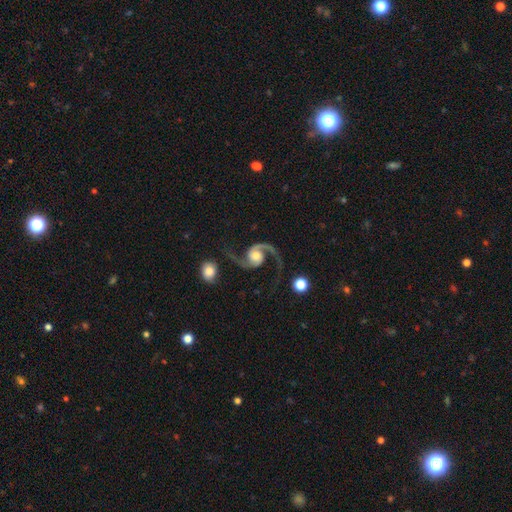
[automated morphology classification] This is clearly a featured or disk galaxy (93%). It is clearly not viewed edge-on (98%). Bar: likely no (67%). Spiral arm pattern: clearly yes (98%). Spiral arm count: clearly 2 (94%). Spiral winding: possibly loose (54%). Central bulge: possibly moderate (48%). Merging: likely none (74%).